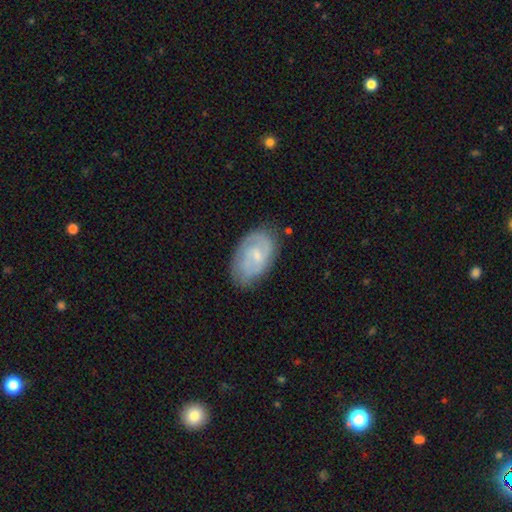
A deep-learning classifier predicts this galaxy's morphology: Smooth or featured: featured or disk — 61% (smooth — 33%)
Edge-on disk: no — 96% (yes — 4%)
Bar: no — 50% (weak — 44%)
Spiral arms: yes — 83% (no — 17%)
Bulge size: small — 58% (moderate — 29%)
Merging: none — 68% (minor disturbance — 24%)